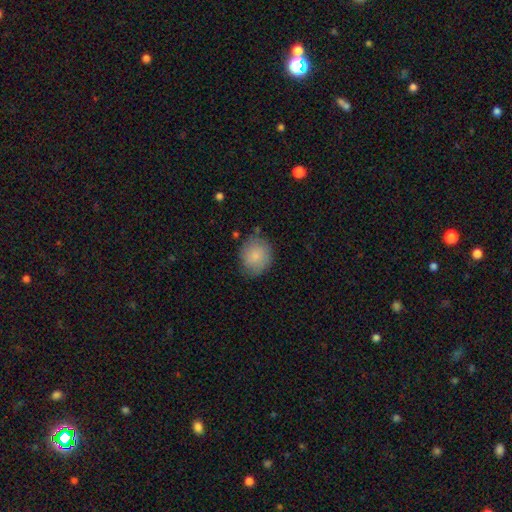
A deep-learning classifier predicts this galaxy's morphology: This appears to be a smooth galaxy with no disk features (82%) that is round (75%). Merging: none (74%).